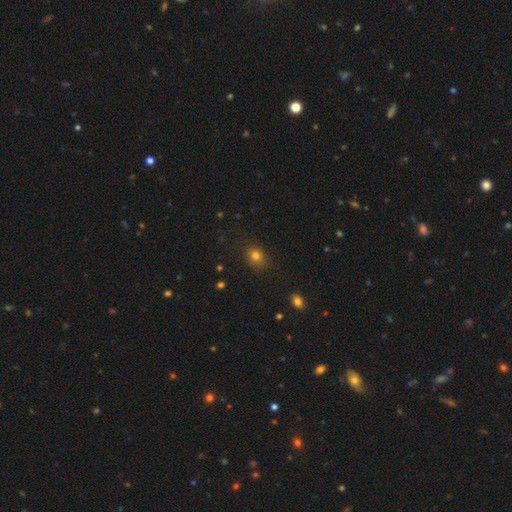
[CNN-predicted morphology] smooth 78%, star or artifact 14%, featured or disk 7%. Down the decision tree: how rounded — round (60%); merging — none (82%).